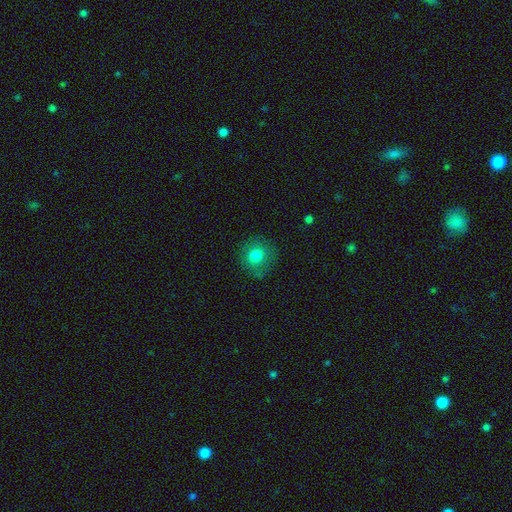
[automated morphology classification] Smooth or featured? smooth (78%)
How rounded? round (83%)
Merging? none (81%)